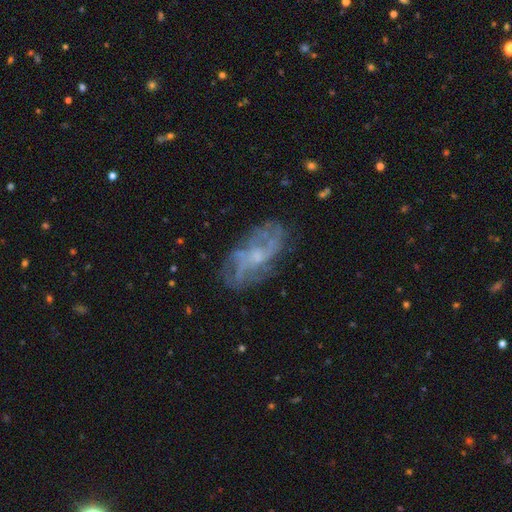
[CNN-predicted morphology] A featured or disk galaxy (71%) with no bar (67%), spiral arms (75%) and a small central bulge (56%). Merging: none (70%).